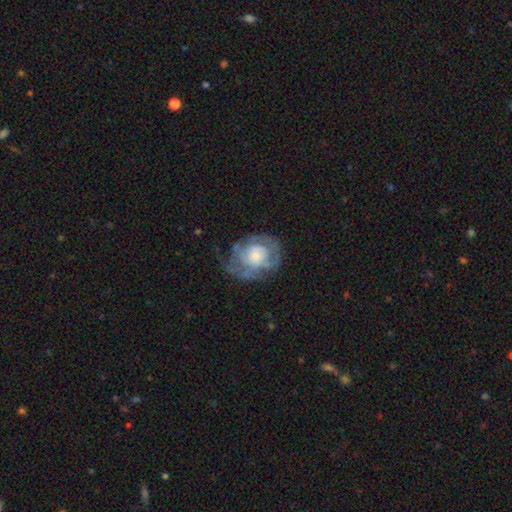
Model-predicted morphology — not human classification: Smooth or featured: featured or disk — 62% (smooth — 31%)
Edge-on disk: no — 97% (yes — 3%)
Bar: no — 82% (weak — 15%)
Spiral arms: yes — 60% (no — 40%)
Bulge size: moderate — 32% (tied with small — 32%)
Merging: none — 53% (minor disturbance — 24%)